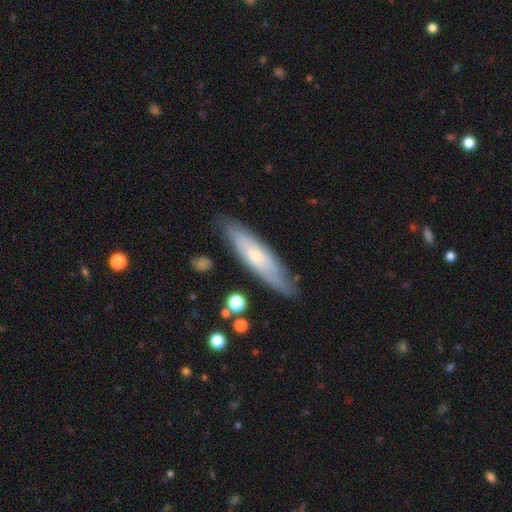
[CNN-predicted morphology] Smooth or featured? featured or disk (50%)
Merging? none (81%)